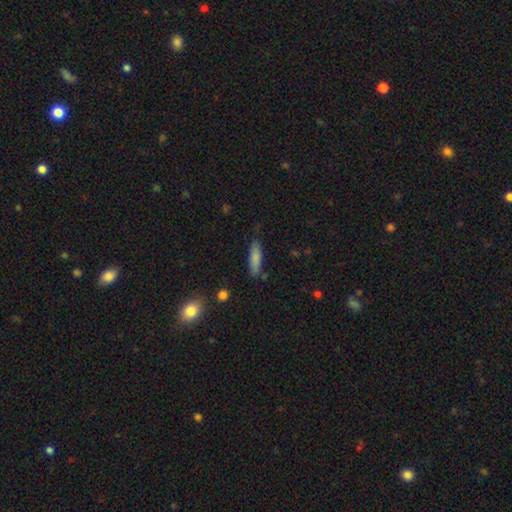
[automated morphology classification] Smooth or featured? Predicted: smooth (p=0.79). How rounded? Predicted: cigar-shaped (p=0.66). Merging? Predicted: none (p=0.78).